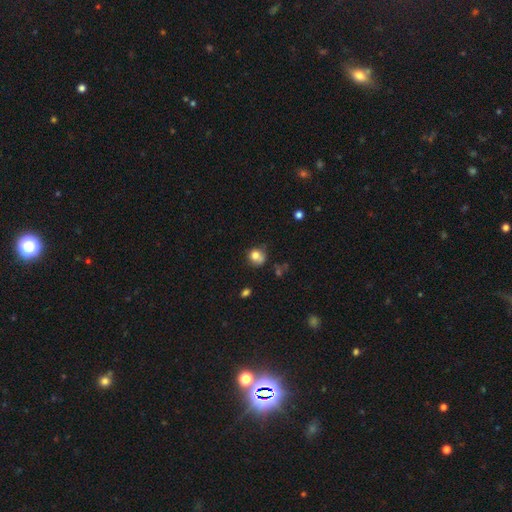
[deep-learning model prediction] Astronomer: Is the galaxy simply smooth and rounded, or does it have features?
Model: smooth — 78%.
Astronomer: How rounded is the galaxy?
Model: round — 76%.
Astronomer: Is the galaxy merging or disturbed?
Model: none — 53% (runner-up: minor disturbance, 29%).